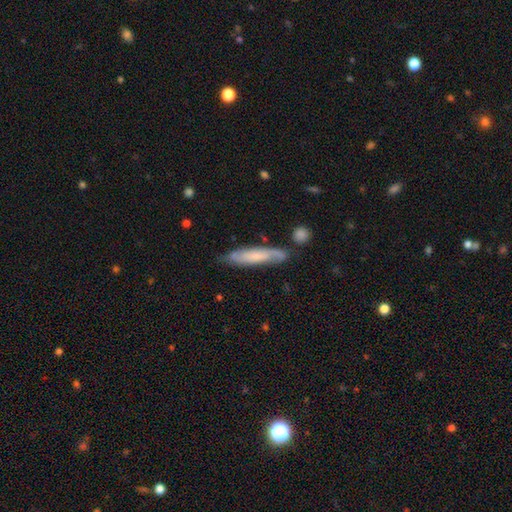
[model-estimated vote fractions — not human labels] smooth-or-featured: smooth: 50% | featured or disk: 43% | star or artifact: 7%
  how-rounded: cigar-shaped: 85% | in between: 13% | round: 2%
  merging: none: 69% | minor disturbance: 19% | merger: 6% | major disturbance: 5%